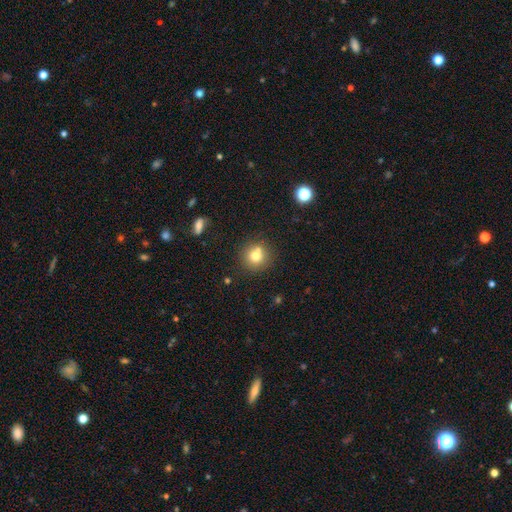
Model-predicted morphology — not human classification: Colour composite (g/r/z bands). It shows a smooth galaxy with no disk features (74%) that is round (91%). Merging: none (66%).